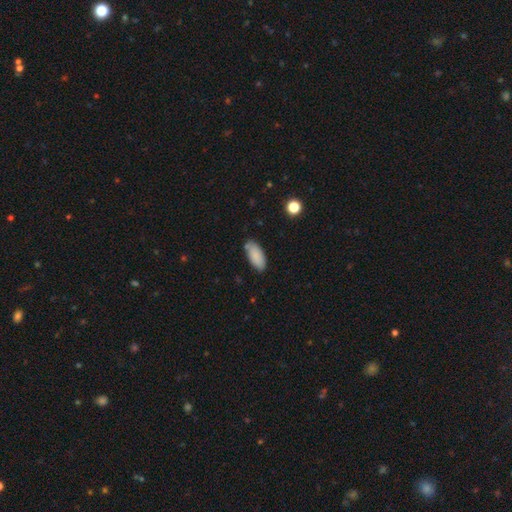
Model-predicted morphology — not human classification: A smooth galaxy with no disk features (86%) that is in between round and cigar-shaped (89%).

Vote fractions:
- Smooth or featured? smooth: 86% / featured or disk: 7% / star or artifact: 7%
- How rounded? in between: 89% / cigar-shaped: 10% / round: 2%
- Merging? none: 75% / minor disturbance: 18% / merger: 4% / major disturbance: 3%